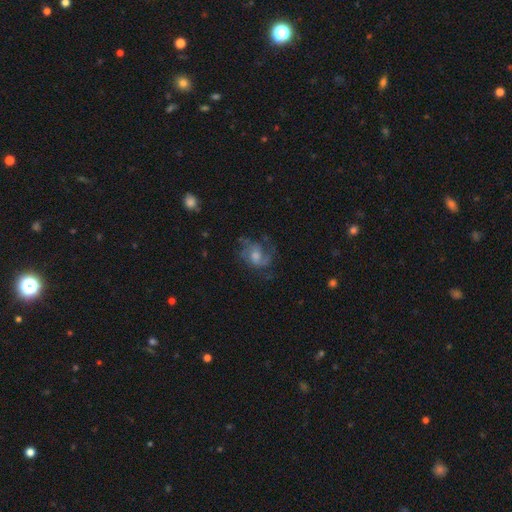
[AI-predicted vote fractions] The model was most divided on "spiral winding": medium: 46%, loose: 33%, tight: 21%. Remaining: edge-on disk — no (97%); spiral arms — yes (86%); smooth or featured — featured or disk (67%); bar — no (65%); bulge size — moderate (52%); merging — none (51%); spiral arm count — 2 (41%).